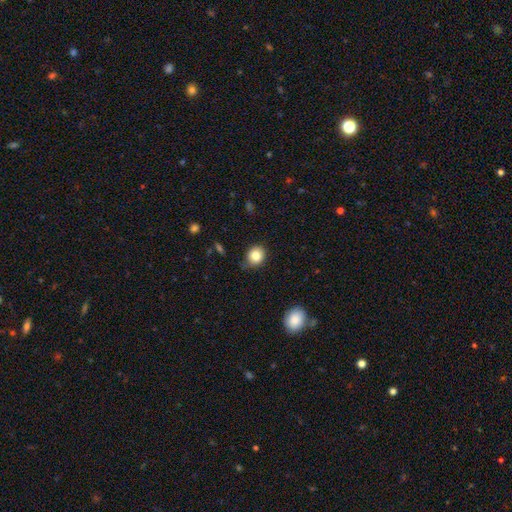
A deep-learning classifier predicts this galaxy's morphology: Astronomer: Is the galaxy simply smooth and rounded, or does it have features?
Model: smooth — 82%.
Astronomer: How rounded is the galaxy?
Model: round — 76%.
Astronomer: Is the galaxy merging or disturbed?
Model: none — 75%.